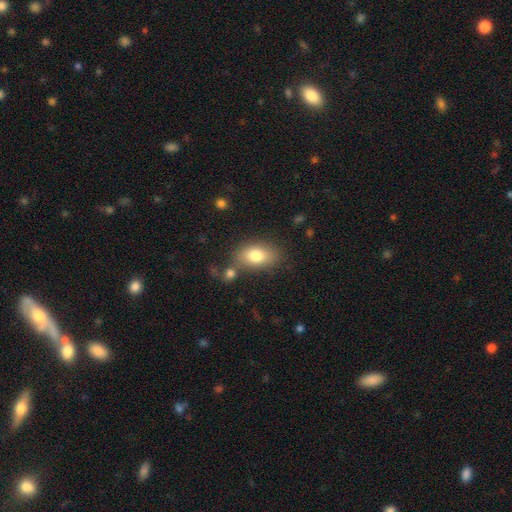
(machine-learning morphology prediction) Overall: smooth (79%). How rounded: in between (85%). Merging: none (64%).